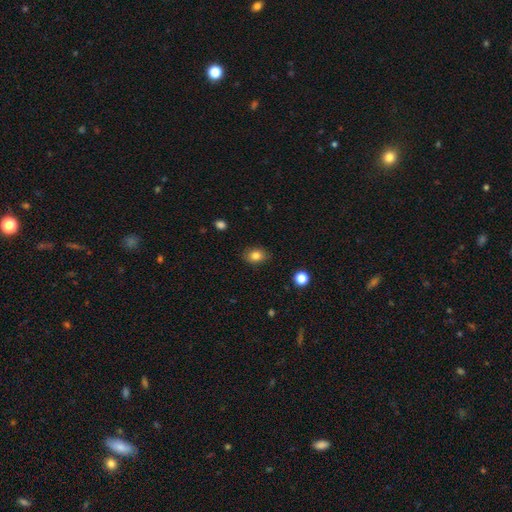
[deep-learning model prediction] The model was most divided on "how rounded": in between: 67%, round: 32%, cigar-shaped: 1%. More confident: merging — none (85%); smooth or featured — smooth (82%).